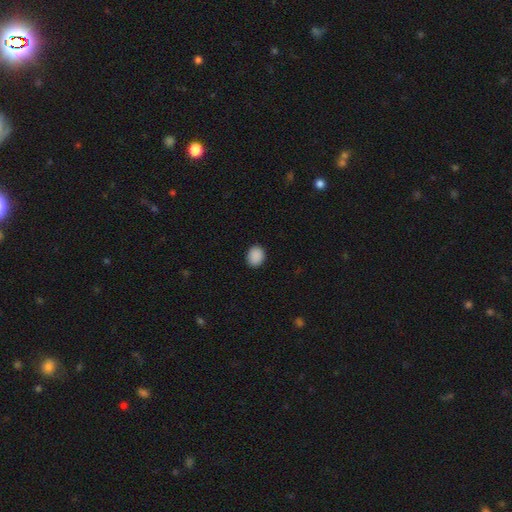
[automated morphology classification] The model was most divided on "how rounded": round: 58%, in between: 41%, cigar-shaped: 1%. More confident: merging — none (90%); smooth or featured — smooth (89%).